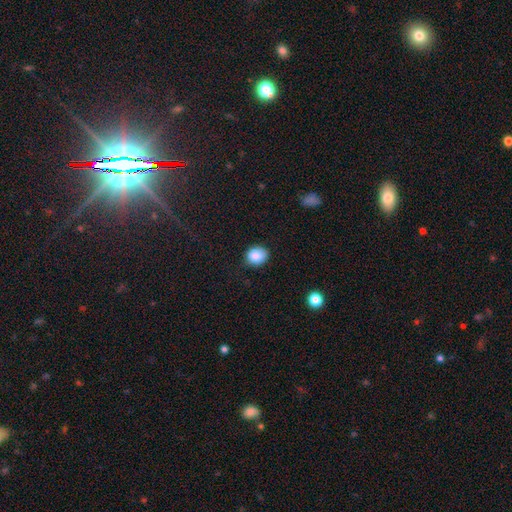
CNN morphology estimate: The model was most divided on "how rounded": round: 63%, in between: 36%, cigar-shaped: 1%. More confident: smooth or featured — smooth (86%); merging — none (77%).